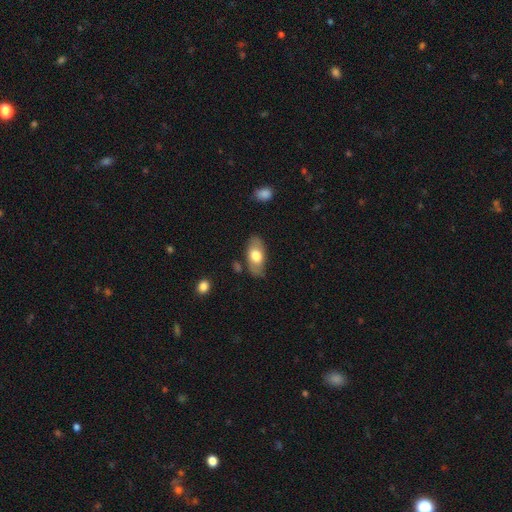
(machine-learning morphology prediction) The model was most divided on "smooth or featured": smooth: 67%, featured or disk: 27%, star or artifact: 6%. More confident: how rounded — in between (92%); merging — none (77%).